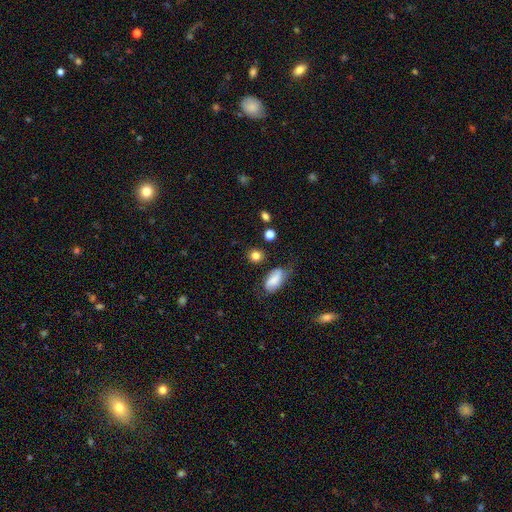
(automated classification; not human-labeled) smooth-or-featured: smooth: 81% | star or artifact: 11% | featured or disk: 8%
  how-rounded: round: 74% | in between: 24% | cigar-shaped: 2%
  merging: none: 73% | minor disturbance: 16% | merger: 6% | major disturbance: 5%